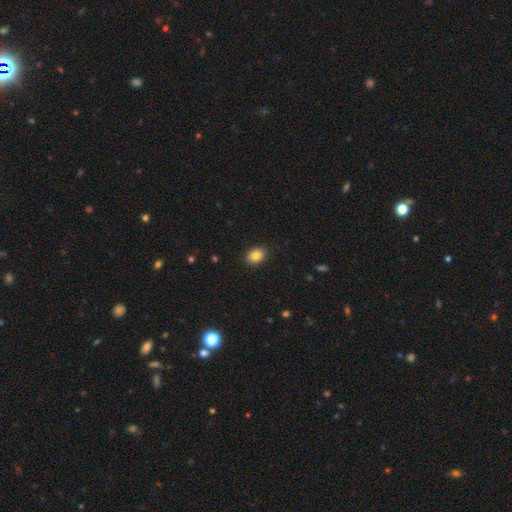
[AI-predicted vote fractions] Overall: smooth (84%). How rounded: in between (68%; round 31%). Merging: none (89%).